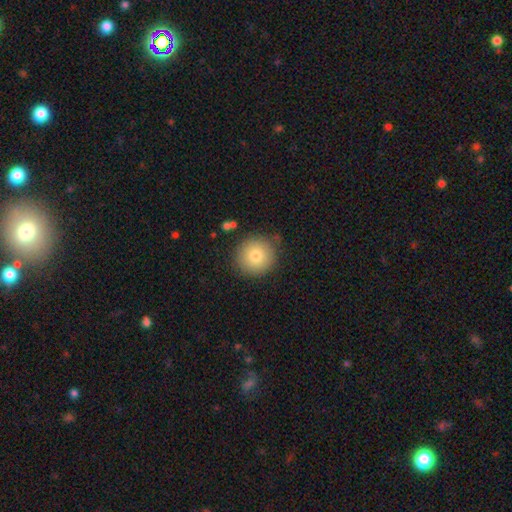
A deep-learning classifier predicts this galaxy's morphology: Smooth or featured: smooth — 79% (featured or disk — 11%)
How rounded: round — 93% (in between — 6%)
Merging: none — 84% (minor disturbance — 11%)